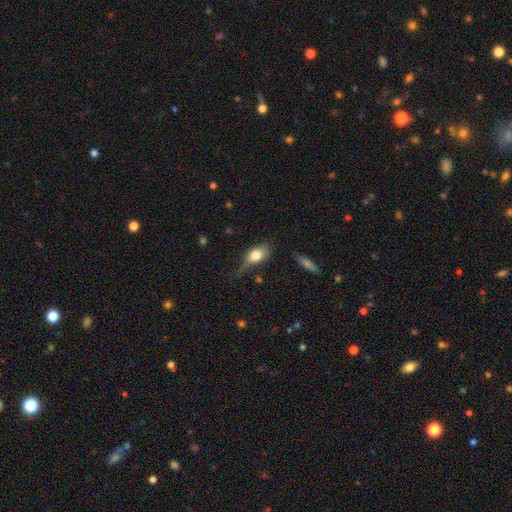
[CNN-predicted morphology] Smooth or featured?
  - smooth: 78% *
  - featured or disk: 15%
  - star or artifact: 8%
How rounded?
  - in between: 83% *
  - round: 11%
  - cigar-shaped: 6%
Merging?
  - none: 41% *
  - minor disturbance: 38%
  - major disturbance: 18%
  - merger: 4%